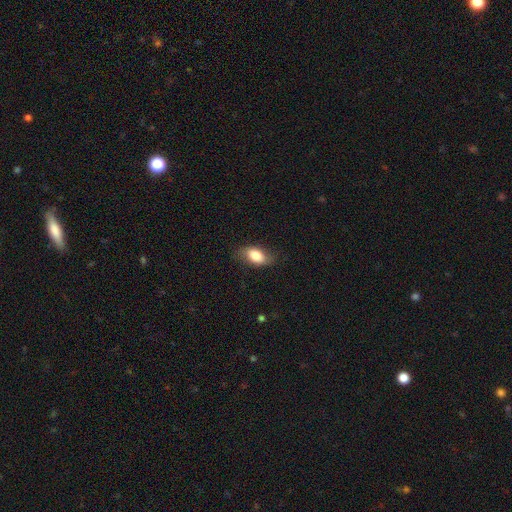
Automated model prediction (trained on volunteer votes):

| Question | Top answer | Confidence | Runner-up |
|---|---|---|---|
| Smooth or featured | smooth | 78% | featured or disk (15%) |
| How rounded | in between | 89% | round (7%) |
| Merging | none | 75% | minor disturbance (19%) |